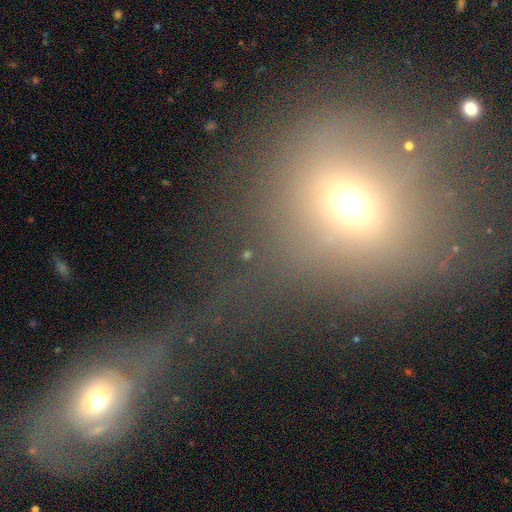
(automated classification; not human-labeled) Overall: smooth (54%; featured or disk 25%). How rounded: round (71%). Merging: merger (38%; none 26%).